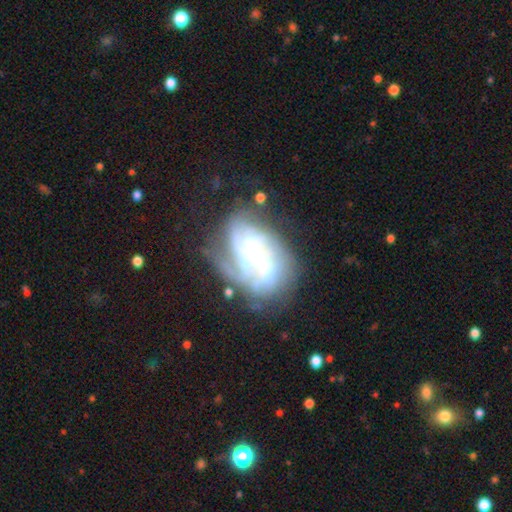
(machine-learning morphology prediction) smooth-or-featured: featured or disk: 77% | smooth: 14% | star or artifact: 9%
  disk-edge-on: no: 96% | yes: 4%
    bar: weak: 43% | strong: 33% | no: 24%
    has-spiral-arms: yes: 80% | no: 20%
      spiral-winding: tight: 46% | medium: 35% | loose: 19%
      spiral-arm-count: can't tell: 44% | 3: 18% | 2: 16% | 4: 12% | more than 4: 5% | 1: 5%
    bulge-size: small: 42% | moderate: 38% | none: 12% | large: 6% | dominant: 1%
  merging: none: 49% | minor disturbance: 24% | major disturbance: 23% | merger: 5%